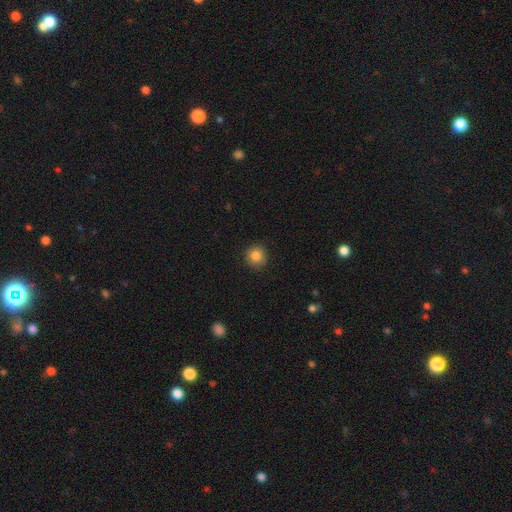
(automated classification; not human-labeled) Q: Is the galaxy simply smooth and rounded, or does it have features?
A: smooth — 85%.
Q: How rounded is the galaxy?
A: round — 93%.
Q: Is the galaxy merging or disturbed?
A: none — 90%.